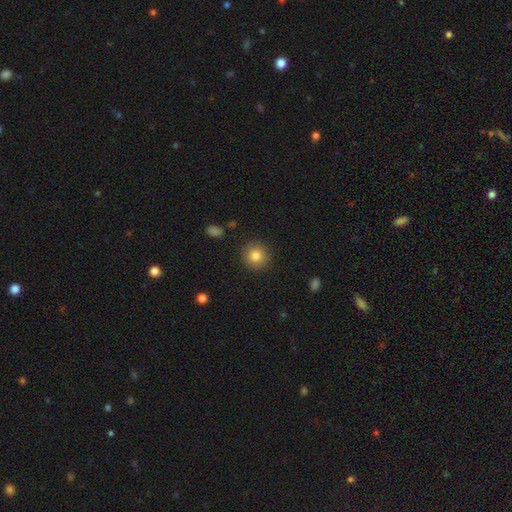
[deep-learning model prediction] Overall: smooth (83%). How rounded: round (92%). Merging: none (89%).